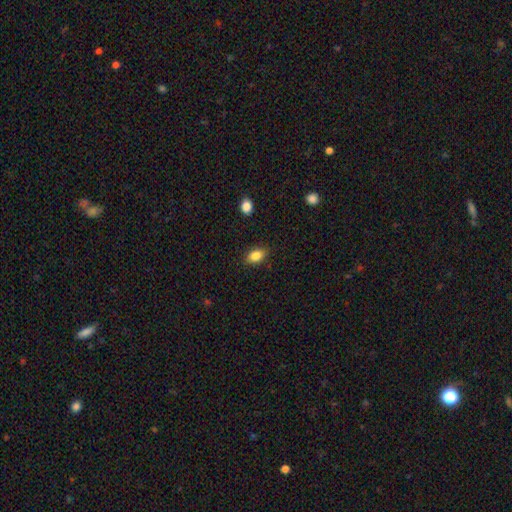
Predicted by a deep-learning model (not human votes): Smooth or featured: smooth — 86% (star or artifact — 9%)
How rounded: in between — 85% (round — 12%)
Merging: none — 87% (minor disturbance — 10%)